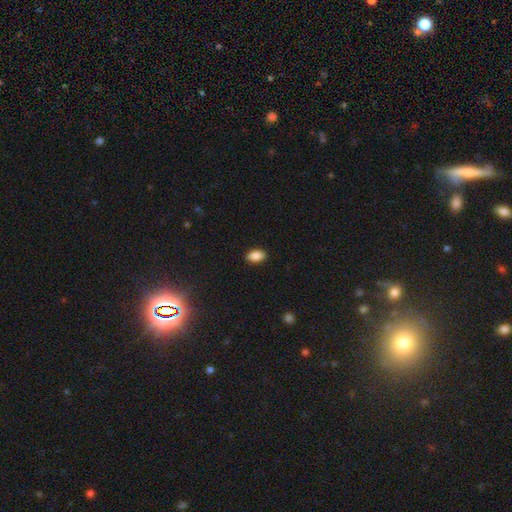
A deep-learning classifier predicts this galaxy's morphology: Overall: smooth (87%). How rounded: in between (92%). Merging: none (90%).